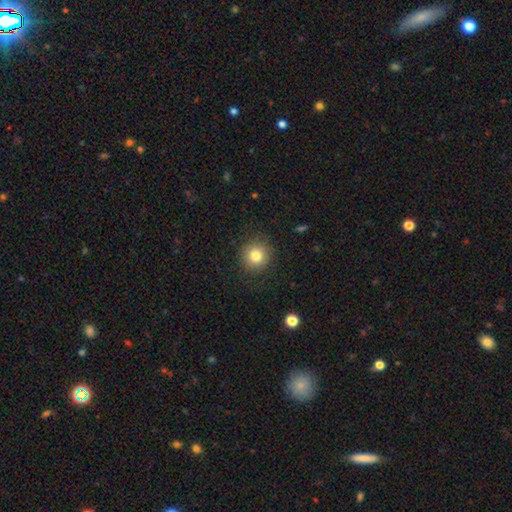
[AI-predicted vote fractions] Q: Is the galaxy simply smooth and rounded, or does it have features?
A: smooth — 82%.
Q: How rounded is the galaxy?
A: round — 92%.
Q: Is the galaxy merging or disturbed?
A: none — 88%.